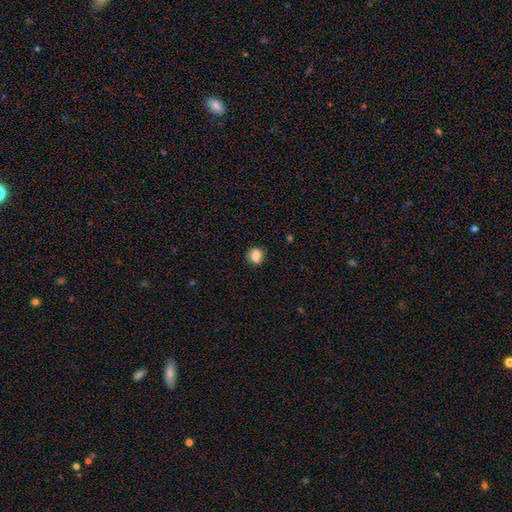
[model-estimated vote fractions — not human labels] smooth 82%, star or artifact 10%, featured or disk 8%. Down the decision tree: how rounded — round (73%); merging — none (79%).